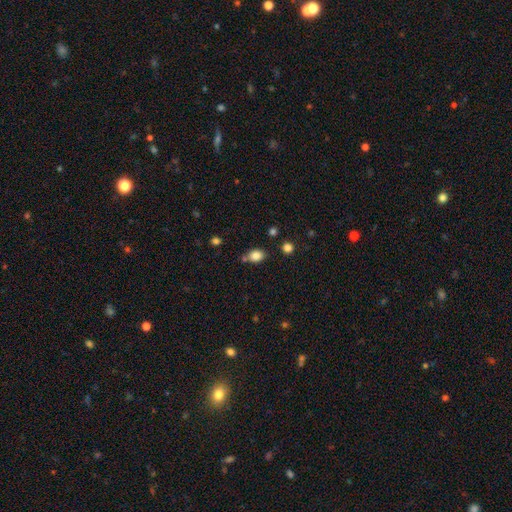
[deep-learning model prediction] This appears to be a smooth galaxy with no disk features (84%) that is in between round and cigar-shaped (60%). Merging: none (69%).